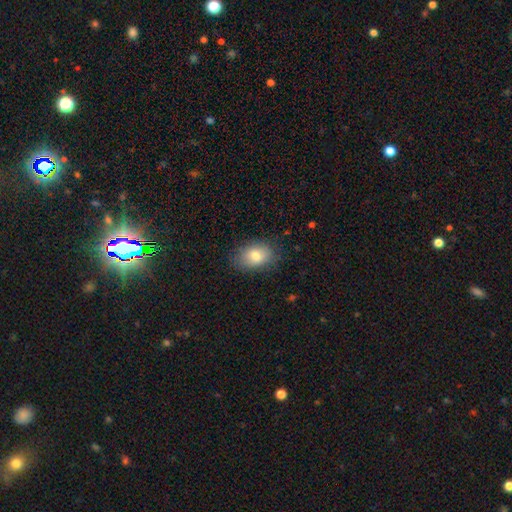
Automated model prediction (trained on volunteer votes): Q: Smooth or featured?
A: smooth (80%); runner-up: featured or disk (12%)
Q: How rounded?
A: in between (81%); runner-up: round (18%)
Q: Merging?
A: none (80%); runner-up: minor disturbance (15%)